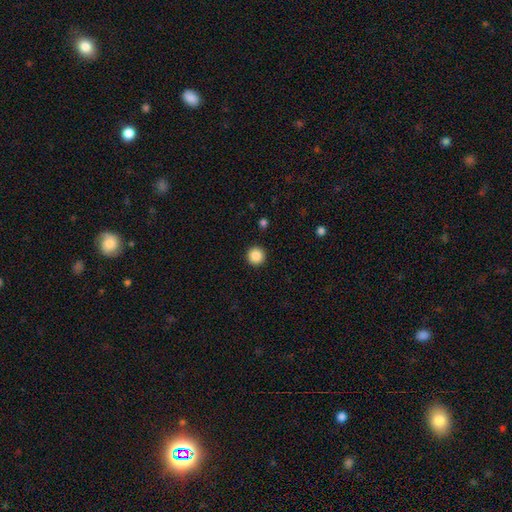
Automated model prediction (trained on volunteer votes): Smooth or featured? smooth (87%)
How rounded? round (96%)
Merging? none (93%)